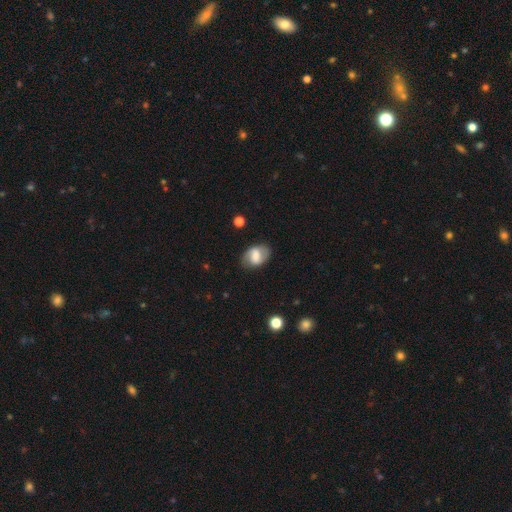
Volunteers were most divided on "smooth or featured": smooth: 47%, featured or disk: 45%, star or artifact: 8%. More confident: merging — none (89%); how rounded — in between (78%).